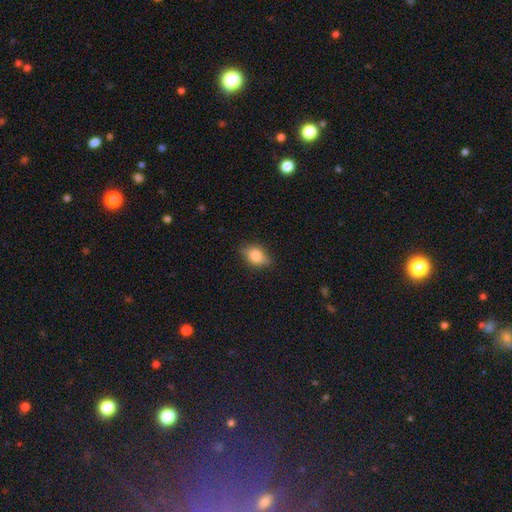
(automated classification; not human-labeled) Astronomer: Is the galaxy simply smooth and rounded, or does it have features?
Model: smooth — 79%.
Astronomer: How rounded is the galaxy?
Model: in between — 81%.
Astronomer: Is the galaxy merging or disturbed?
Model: none — 79%.